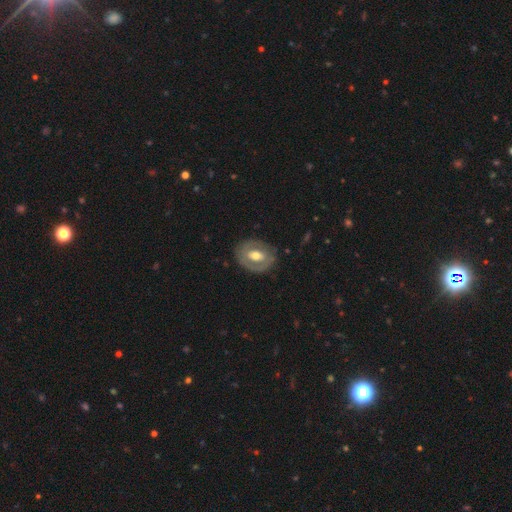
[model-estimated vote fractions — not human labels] The model was most divided on "bar": no: 51%, weak: 32%, strong: 17%. More confident: edge-on disk — no (94%); merging — none (77%); spiral arms — no (74%); bulge size — moderate (69%); smooth or featured — featured or disk (58%).